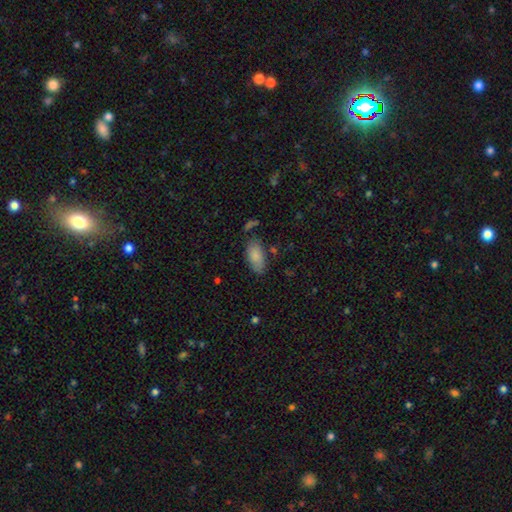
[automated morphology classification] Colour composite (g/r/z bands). It shows a smooth galaxy with no disk features (84%) that is in between round and cigar-shaped (93%). Merging: none (69%).